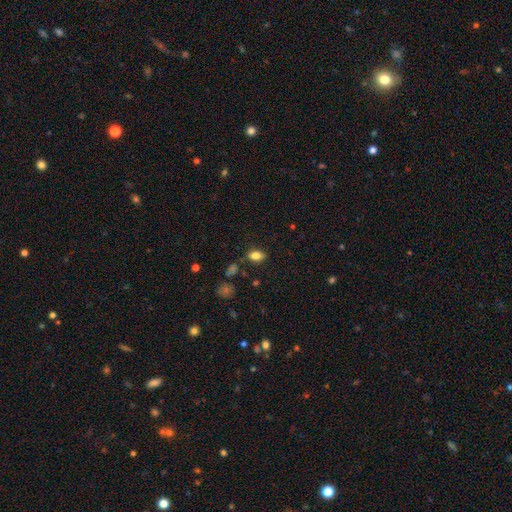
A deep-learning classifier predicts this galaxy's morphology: smooth-or-featured: smooth: 78% | featured or disk: 11% | star or artifact: 10%
  how-rounded: in between: 86% | round: 10% | cigar-shaped: 5%
  merging: none: 83% | minor disturbance: 11% | major disturbance: 3% | merger: 3%